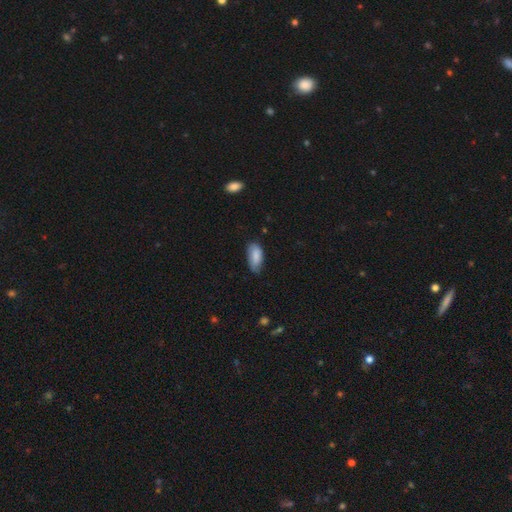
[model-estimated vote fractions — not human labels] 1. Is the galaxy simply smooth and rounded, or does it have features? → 83% smooth, 10% featured or disk, 6% star or artifact.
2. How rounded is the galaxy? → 91% in between, 6% cigar-shaped, 2% round.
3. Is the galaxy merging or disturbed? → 62% none, 31% minor disturbance, 5% major disturbance, 1% merger.